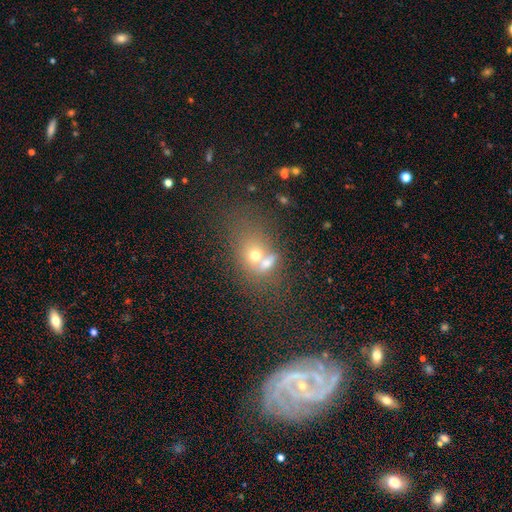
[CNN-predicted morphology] The model was most divided on "how rounded": in between: 50%, round: 47%, cigar-shaped: 2%. More confident: merging — merger (58%); smooth or featured — smooth (54%).